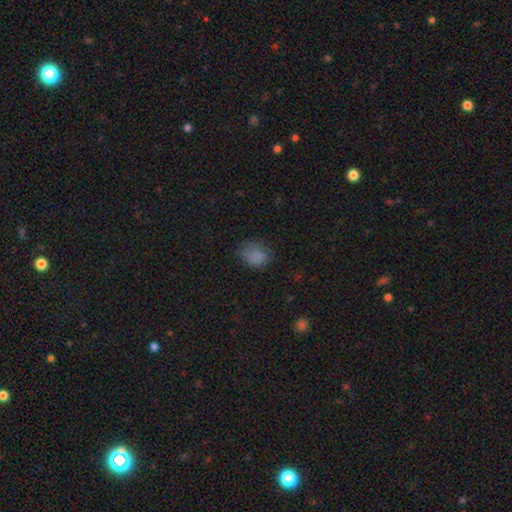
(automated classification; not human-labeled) Smooth or featured? smooth (78%)
How rounded? in between (55%)
Merging? none (63%)